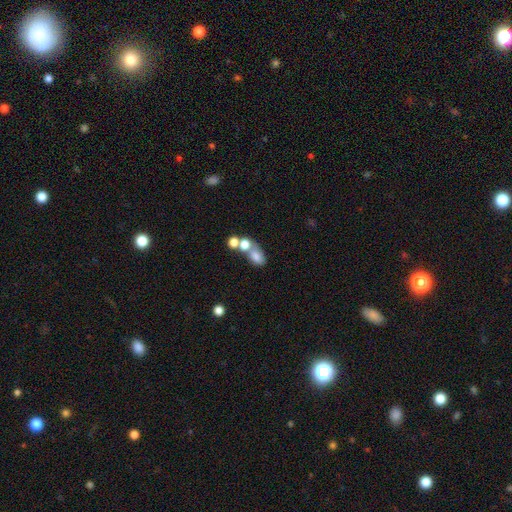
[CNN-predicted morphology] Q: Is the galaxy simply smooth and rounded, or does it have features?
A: smooth — 69%.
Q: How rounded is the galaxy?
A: in between — 77%.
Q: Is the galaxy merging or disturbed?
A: merger — 50%.